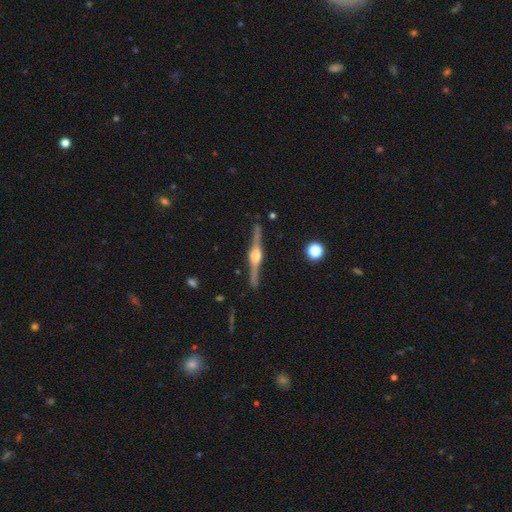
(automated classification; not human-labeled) Overall: featured or disk (88%). Edge-on disk: yes (98%). Edge-on bulge: rounded (91%). Merging: none (91%).